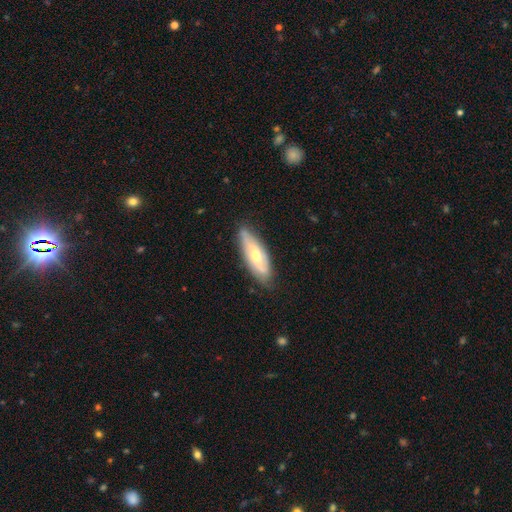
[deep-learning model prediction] The model was most divided on "smooth or featured": featured or disk: 57%, smooth: 37%, star or artifact: 6%. More confident: merging — none (81%); edge-on disk — no (65%).